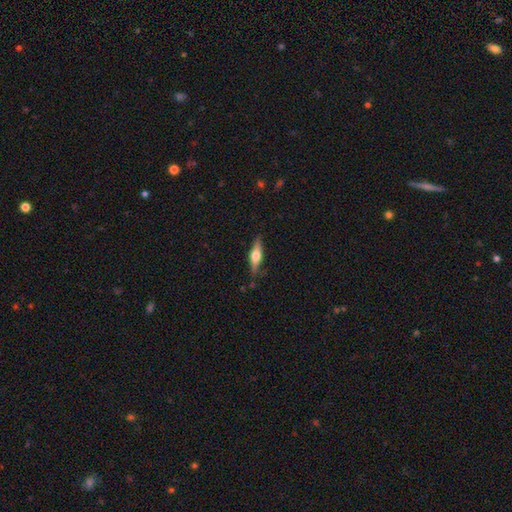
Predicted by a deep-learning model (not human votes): Smooth or featured? featured or disk (55%)
Edge-on disk? yes (94%)
Edge-on bulge? rounded (92%)
Merging? none (83%)